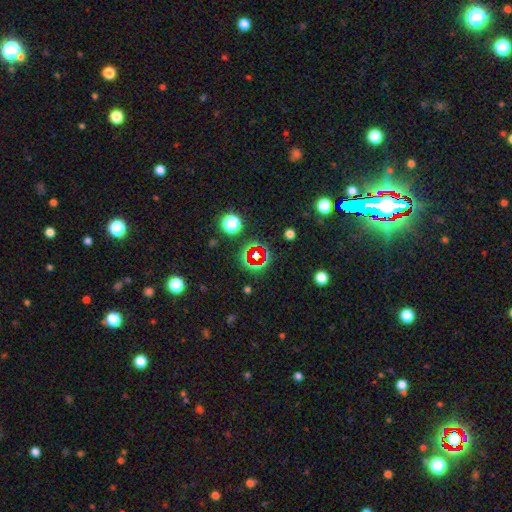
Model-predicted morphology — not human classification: Smooth or featured? star or artifact (67%)